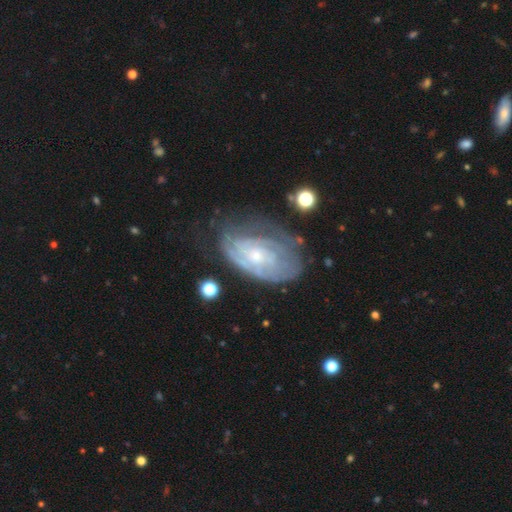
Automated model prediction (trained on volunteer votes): Smooth or featured? featured or disk (79%)
Edge-on disk? no (95%)
Bar? no (75%)
Spiral arms? yes (87%)
Spiral winding? tight (70%)
Spiral arm count? can't tell (56%)
Bulge size? small (73%)
Merging? none (55%)